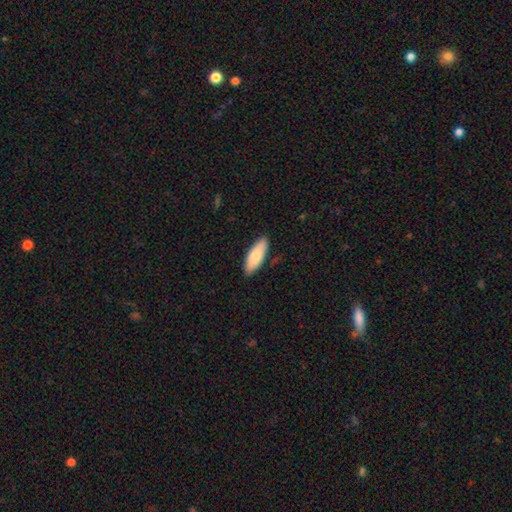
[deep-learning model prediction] Morphology: type=smooth (77%); roundness=in between (71%); merging=none (87%).